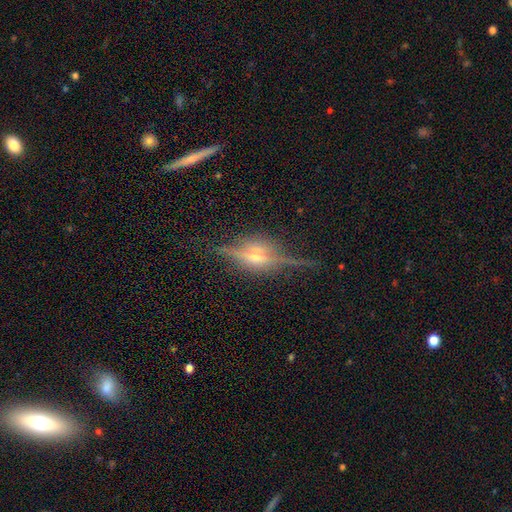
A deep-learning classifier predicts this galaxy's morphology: This is clearly a featured or disk galaxy (83%). It is clearly viewed edge-on (95%). Edge-on bulge: clearly rounded (89%). Merging: clearly none (82%).